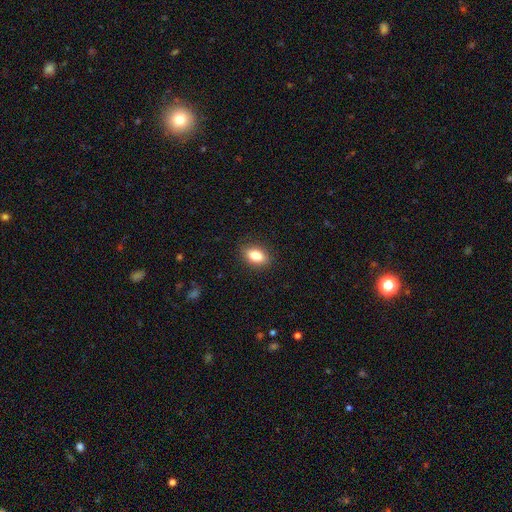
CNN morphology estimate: smooth_or_featured: smooth (p=0.84) [alt: featured or disk p=0.09]
how_rounded: in between (p=0.87) [alt: round p=0.09]
merging: none (p=0.88) [alt: minor disturbance p=0.09]